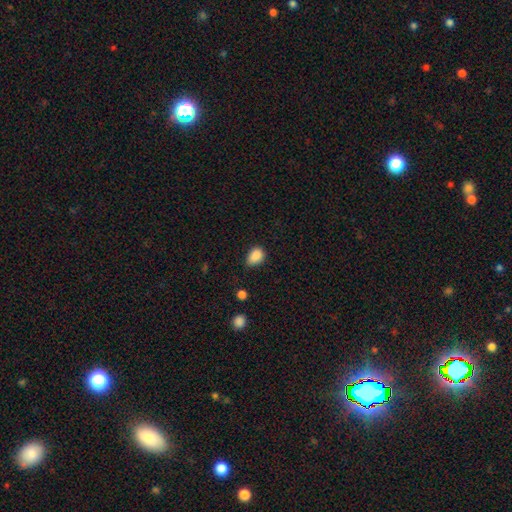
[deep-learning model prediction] Smooth or featured?
  - smooth: 87% *
  - star or artifact: 9%
  - featured or disk: 4%
How rounded?
  - in between: 72% *
  - round: 27%
  - cigar-shaped: 1%
Merging?
  - none: 64% *
  - minor disturbance: 29%
  - major disturbance: 5%
  - merger: 2%